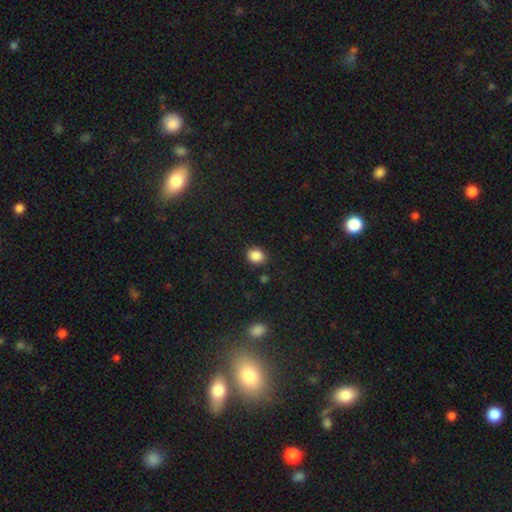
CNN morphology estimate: A smooth galaxy with no disk features (87%) that is round (63%).

Vote fractions:
- Smooth or featured? smooth: 87% / star or artifact: 10% / featured or disk: 4%
- How rounded? round: 63% / in between: 36% / cigar-shaped: 1%
- Merging? none: 85% / minor disturbance: 10% / major disturbance: 3% / merger: 2%